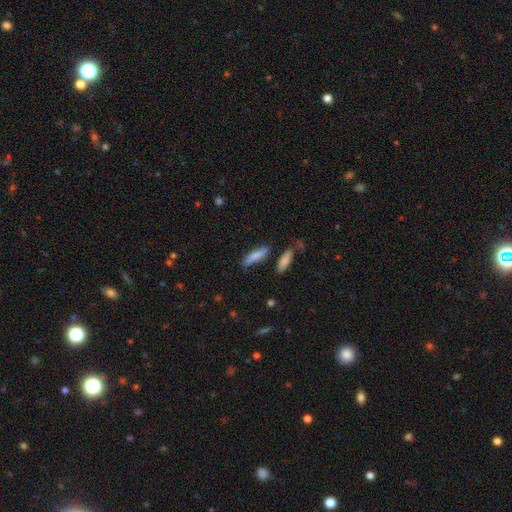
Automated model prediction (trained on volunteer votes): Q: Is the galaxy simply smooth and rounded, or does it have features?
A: smooth — 76%.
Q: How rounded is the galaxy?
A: cigar-shaped — 74%.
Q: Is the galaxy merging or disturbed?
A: none — 73%.